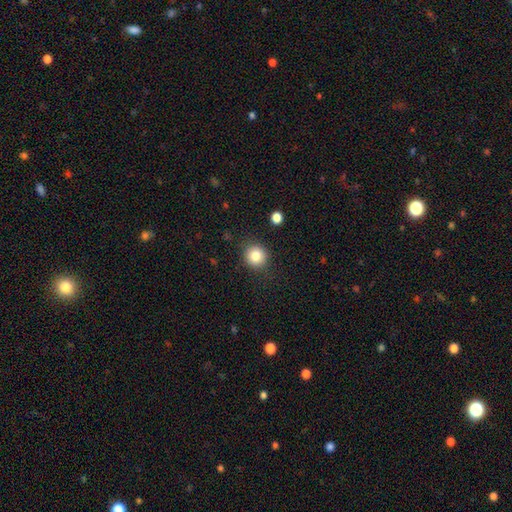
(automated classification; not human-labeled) This is clearly a smooth galaxy (83%). How rounded: clearly round (91%). Merging: clearly none (87%).